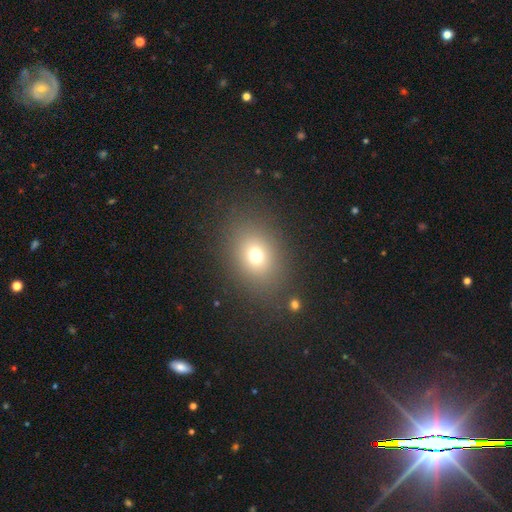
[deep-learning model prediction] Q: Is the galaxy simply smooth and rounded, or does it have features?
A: smooth — 70%.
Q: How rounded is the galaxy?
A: in between — 54%.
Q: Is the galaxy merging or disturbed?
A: none — 84%.